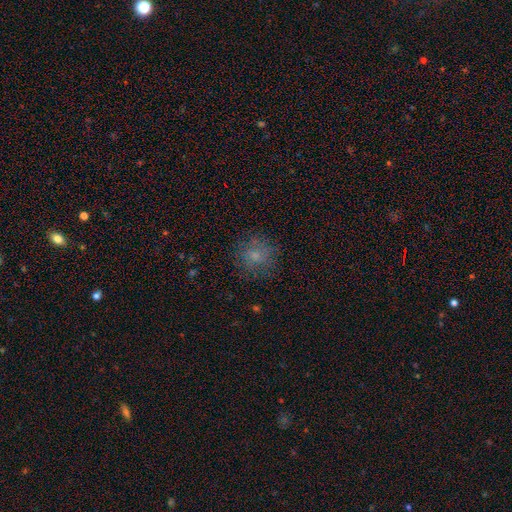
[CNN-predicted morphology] The model was most divided on "smooth or featured": smooth: 71%, featured or disk: 15%, star or artifact: 14%. More confident: how rounded — round (87%); merging — none (78%).